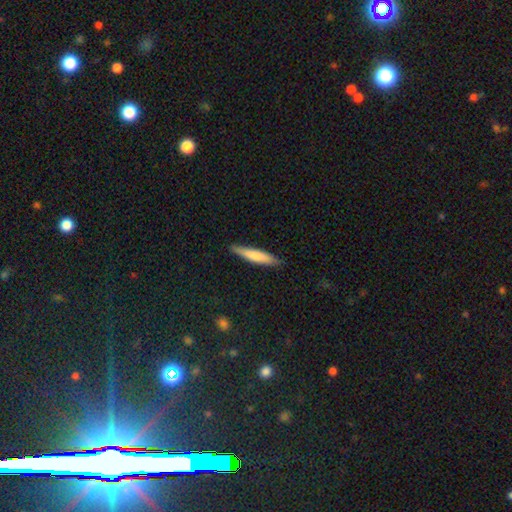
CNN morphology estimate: smooth_or_featured: smooth (p=0.71) [alt: featured or disk p=0.24]
how_rounded: cigar-shaped (p=0.89) [alt: in between p=0.09]
merging: none (p=0.87) [alt: minor disturbance p=0.10]